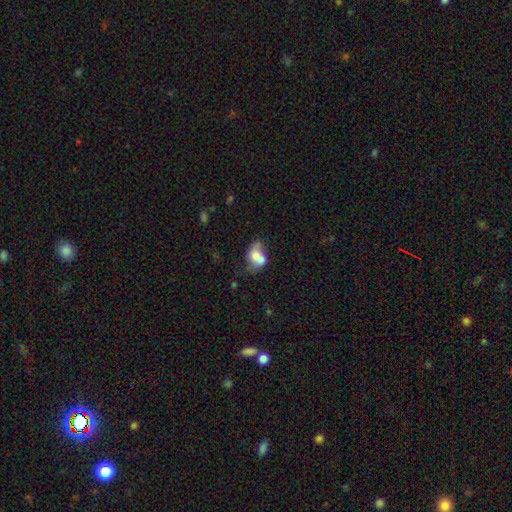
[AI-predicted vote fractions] This is likely a smooth galaxy (65%). How rounded: likely in between (70%). Merging: possibly merger (50%).